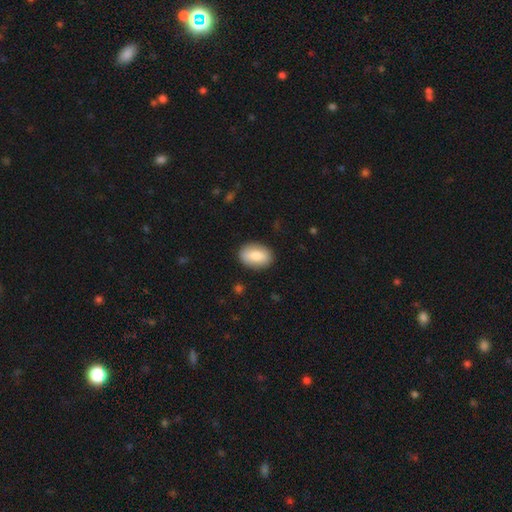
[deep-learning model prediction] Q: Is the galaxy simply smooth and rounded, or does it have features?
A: smooth — 84%.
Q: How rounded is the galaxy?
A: in between — 87%.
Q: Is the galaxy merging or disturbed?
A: none — 87%.